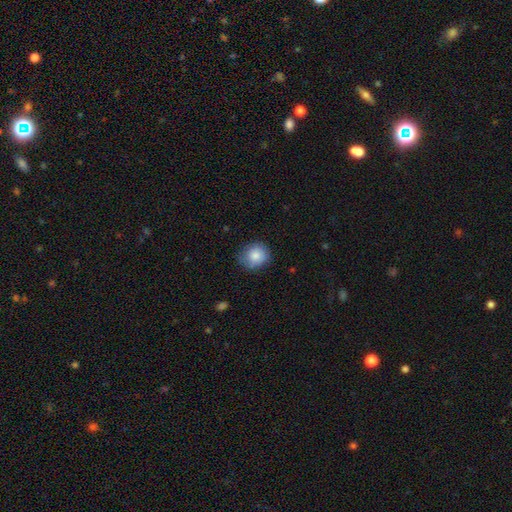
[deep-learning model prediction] Morphology: type=smooth (83%); roundness=round (83%); merging=none (73%).